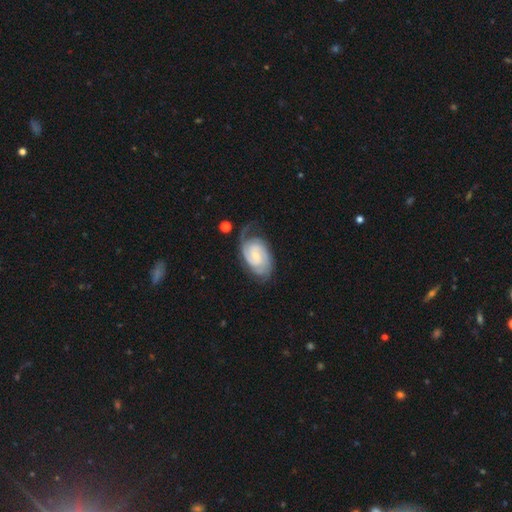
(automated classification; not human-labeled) A featured or disk galaxy (85%) with no bar (49%), 2 (59%) tight (60%) spiral arms (97%) and a small central bulge (62%). Merging: none (60%).